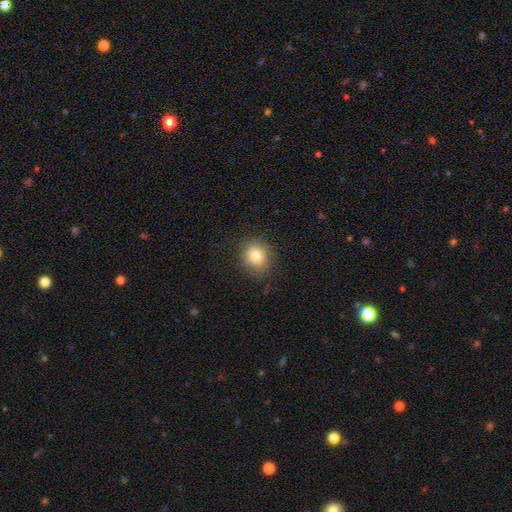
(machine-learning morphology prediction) Smooth or featured? smooth (79%)
How rounded? round (85%)
Merging? none (85%)